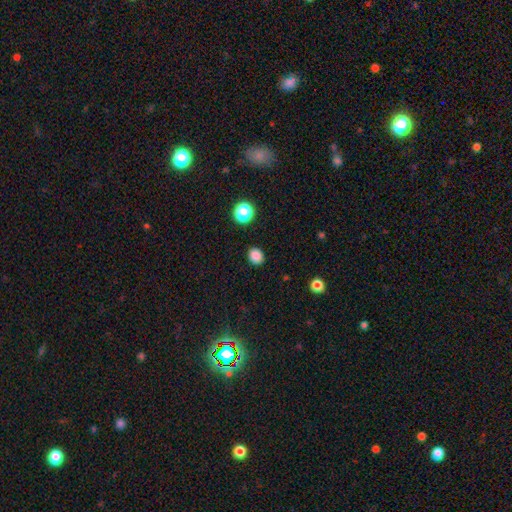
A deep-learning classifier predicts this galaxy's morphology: A smooth galaxy with no disk features (85%) that is round (66%).

Vote fractions:
- Smooth or featured? smooth: 85% / star or artifact: 12% / featured or disk: 3%
- How rounded? round: 66% / in between: 33% / cigar-shaped: 1%
- Merging? none: 90% / minor disturbance: 7% / major disturbance: 2% / merger: 1%